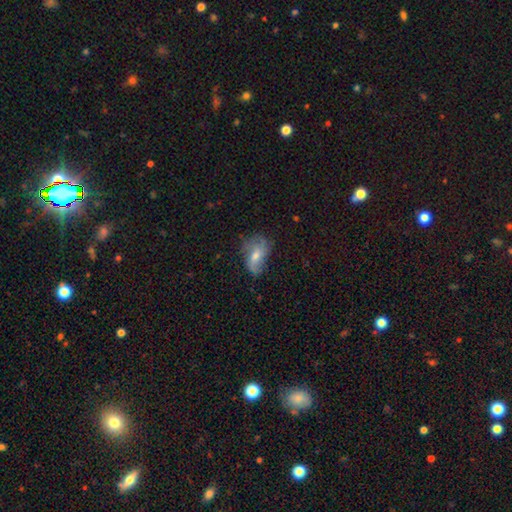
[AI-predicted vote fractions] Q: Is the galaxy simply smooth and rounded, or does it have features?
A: featured or disk — 52%.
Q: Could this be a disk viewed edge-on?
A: no — 95%.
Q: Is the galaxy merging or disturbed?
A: none — 54%.